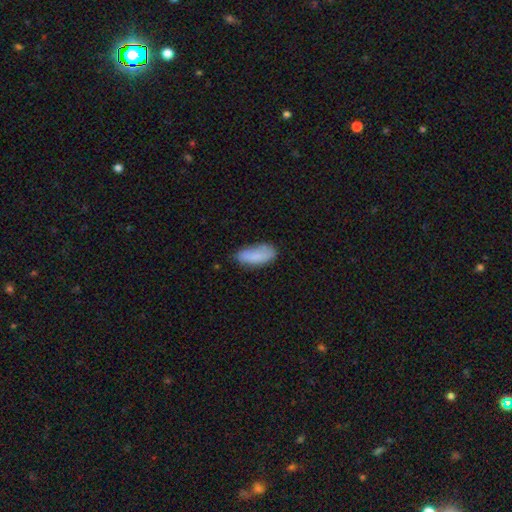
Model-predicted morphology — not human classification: Smooth or featured? smooth (82%)
How rounded? in between (83%)
Merging? none (61%)